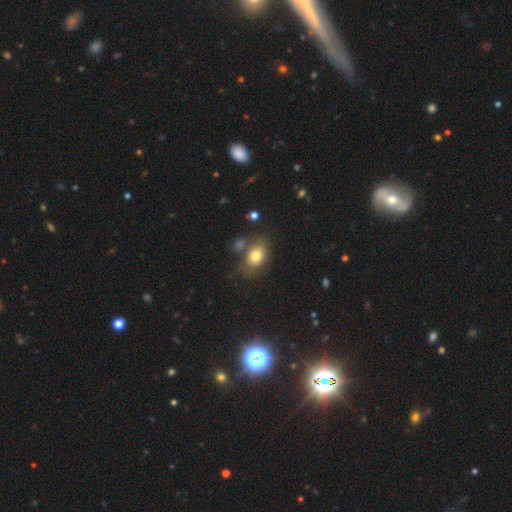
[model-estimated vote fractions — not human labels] Q: Smooth or featured?
A: smooth (79%); runner-up: featured or disk (12%)
Q: How rounded?
A: in between (68%); runner-up: round (31%)
Q: Merging?
A: none (60%); runner-up: minor disturbance (19%)